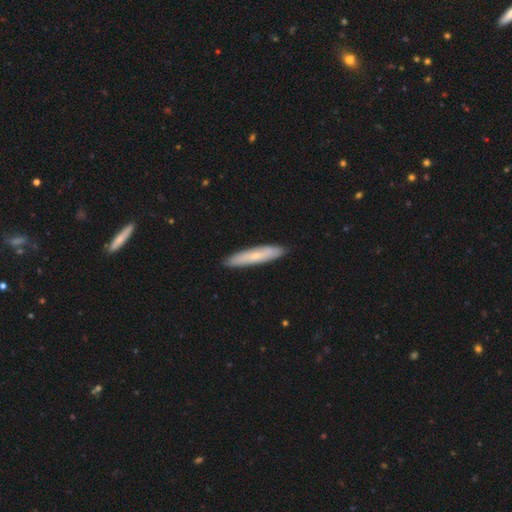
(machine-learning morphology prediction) A smooth galaxy with no disk features (60%) that is cigar-shaped (88%). Merging: none (89%).